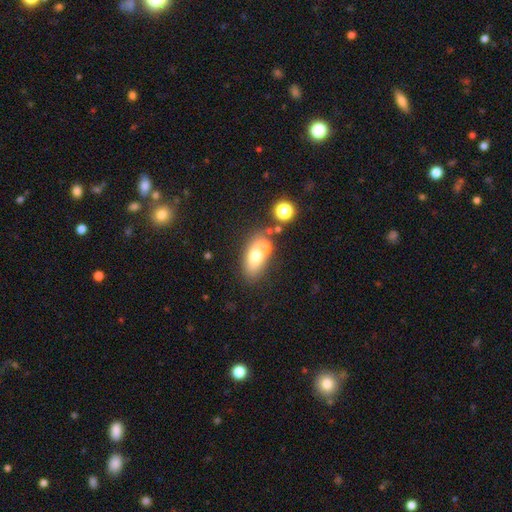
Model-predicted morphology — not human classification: Smooth or featured: smooth — 64% (featured or disk — 23%)
How rounded: in between — 73% (round — 22%)
Merging: none — 42% (tied with merger — 42%)